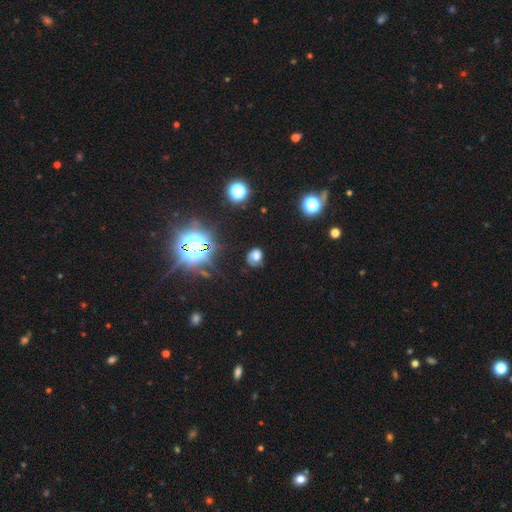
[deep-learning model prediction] smooth_or_featured: smooth (p=0.63) [alt: star or artifact p=0.22]
how_rounded: round (p=0.57) [alt: in between p=0.42]
merging: none (p=0.59) [alt: minor disturbance p=0.25]